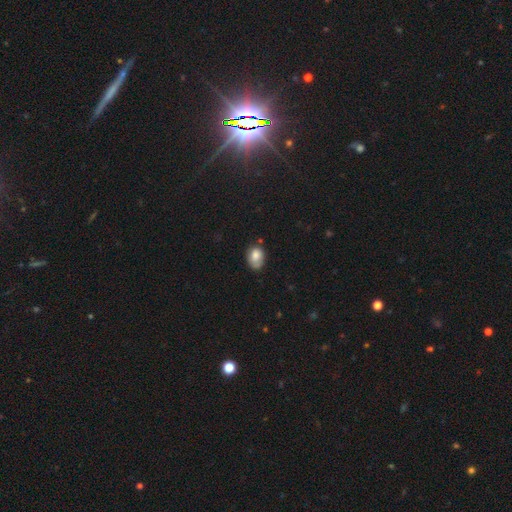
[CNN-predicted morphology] smooth_or_featured: smooth (p=0.78) [alt: featured or disk p=0.14]
how_rounded: in between (p=0.71) [alt: round p=0.28]
merging: none (p=0.55) [alt: minor disturbance p=0.32]